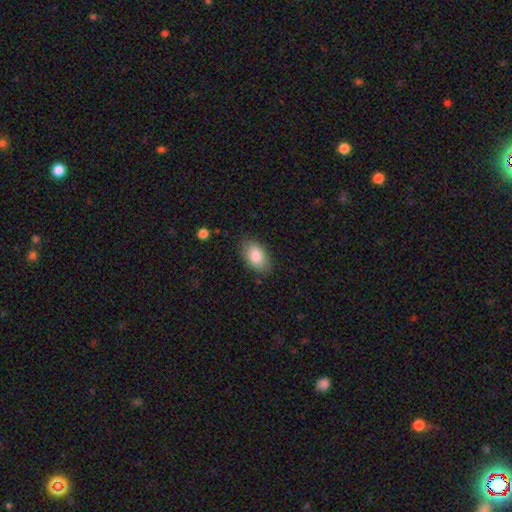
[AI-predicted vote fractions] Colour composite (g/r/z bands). It shows a smooth galaxy with no disk features (85%) that is in between round and cigar-shaped (92%). Merging: none (82%).